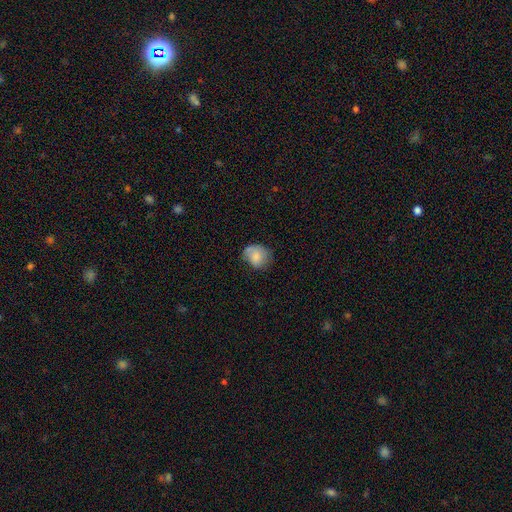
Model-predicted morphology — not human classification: Q: Smooth or featured?
A: smooth (75%); runner-up: featured or disk (17%)
Q: How rounded?
A: round (61%); runner-up: in between (38%)
Q: Merging?
A: none (50%); runner-up: minor disturbance (32%)